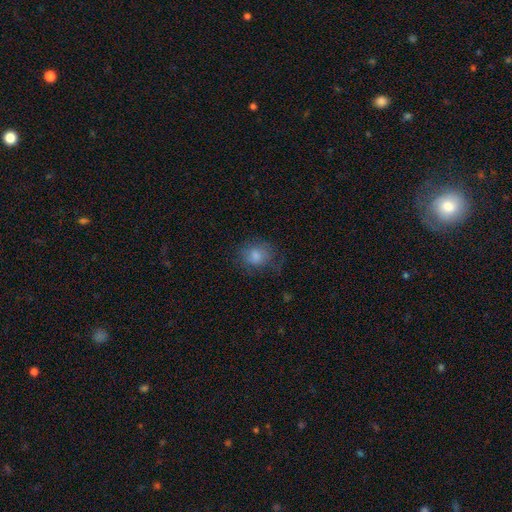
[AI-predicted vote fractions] Smooth or featured? Predicted: smooth (p=0.75). How rounded? Predicted: round (p=0.63). Merging? Predicted: none (p=0.68).